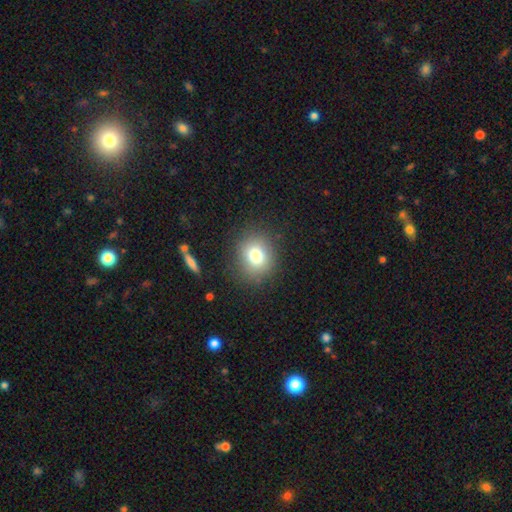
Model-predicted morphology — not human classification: A smooth galaxy with no disk features (75%) that is round (76%). Merging: none (86%).